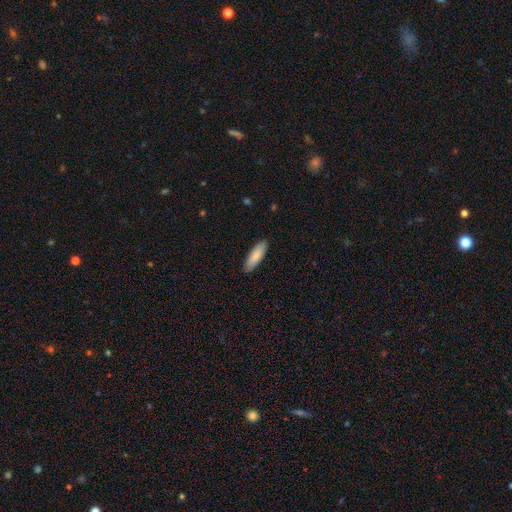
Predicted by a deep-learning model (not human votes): The model was most divided on "how rounded": cigar-shaped: 50%, in between: 49%, round: 1%. More confident: merging — none (89%); smooth or featured — smooth (86%).